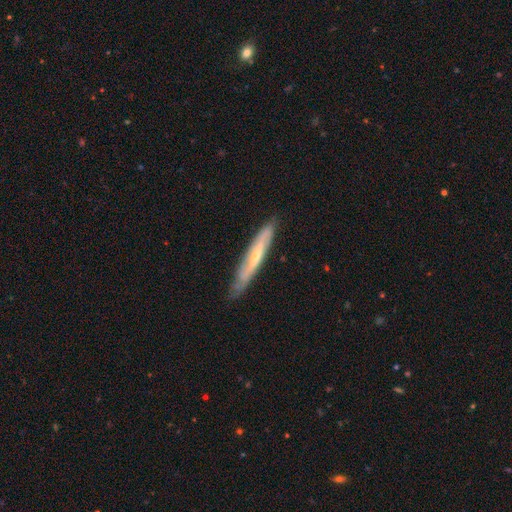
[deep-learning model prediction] Morphology: type=featured or disk (63%); edge-on=yes (66%); merging=none (75%).